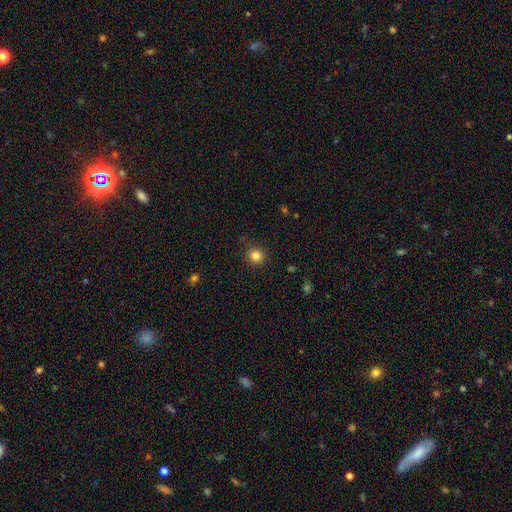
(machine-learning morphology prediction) Q: Smooth or featured?
A: smooth (83%); runner-up: star or artifact (12%)
Q: How rounded?
A: round (93%); runner-up: in between (6%)
Q: Merging?
A: none (90%); runner-up: minor disturbance (7%)